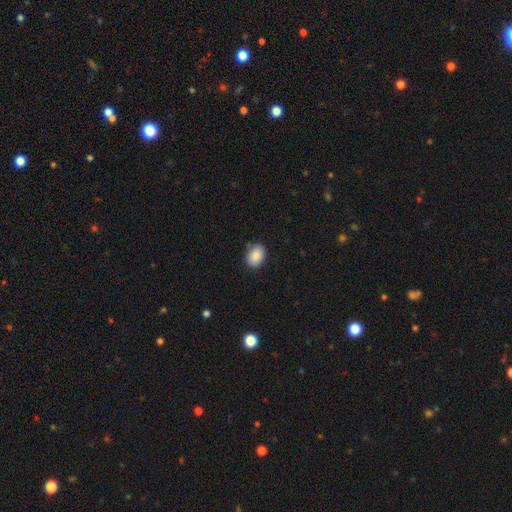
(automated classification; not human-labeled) smooth_or_featured: smooth (p=0.89) [alt: star or artifact p=0.07]
how_rounded: in between (p=0.77) [alt: round p=0.22]
merging: none (p=0.83) [alt: minor disturbance p=0.13]